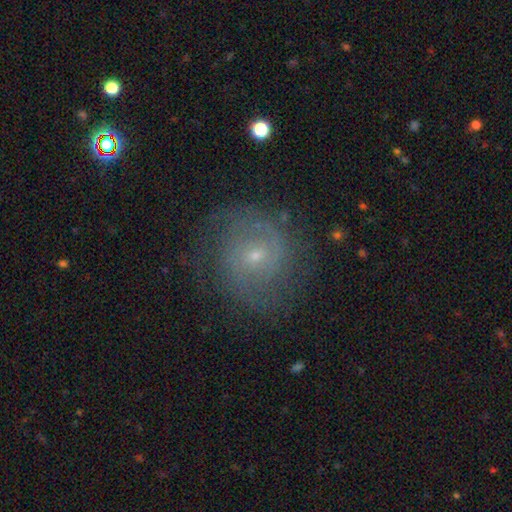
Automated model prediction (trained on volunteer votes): smooth-or-featured: featured or disk: 69% | smooth: 20% | star or artifact: 11%
  disk-edge-on: no: 97% | yes: 3%
    bar: no: 57% | weak: 36% | strong: 7%
    has-spiral-arms: yes: 88% | no: 12%
      spiral-winding: tight: 47% | medium: 39% | loose: 14%
      spiral-arm-count: 2: 54% | can't tell: 29% | 3: 7% | 1: 4% | 4: 3% | more than 4: 3%
    bulge-size: small: 72% | moderate: 24% | none: 2% | large: 1% | dominant: 1%
  merging: none: 74% | minor disturbance: 16% | major disturbance: 8% | merger: 1%